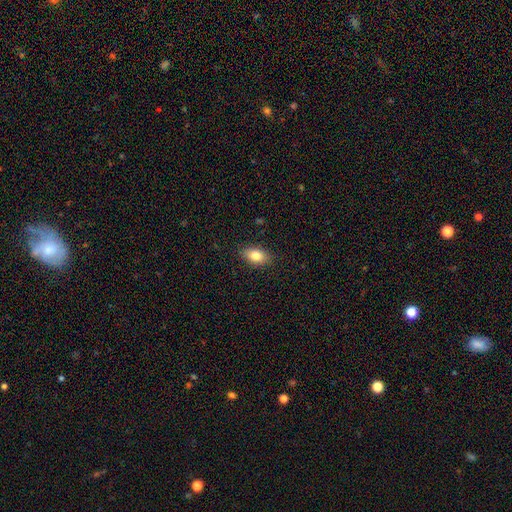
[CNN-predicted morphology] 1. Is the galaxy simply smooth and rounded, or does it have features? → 82% smooth, 10% featured or disk, 8% star or artifact.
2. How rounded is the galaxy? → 88% in between, 9% round, 3% cigar-shaped.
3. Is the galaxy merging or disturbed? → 87% none, 9% minor disturbance, 2% major disturbance, 1% merger.